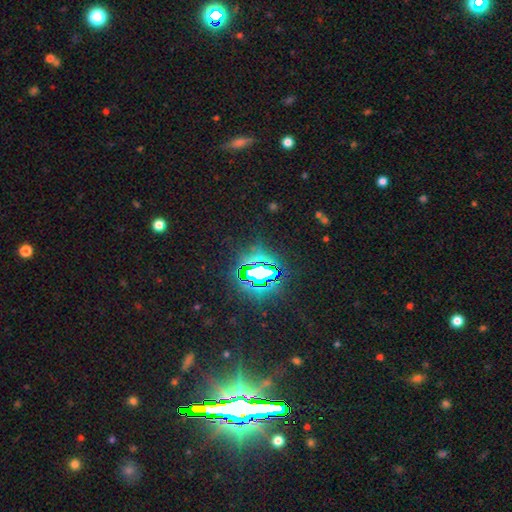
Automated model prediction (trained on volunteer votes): Morphology: type=star or artifact (82%).